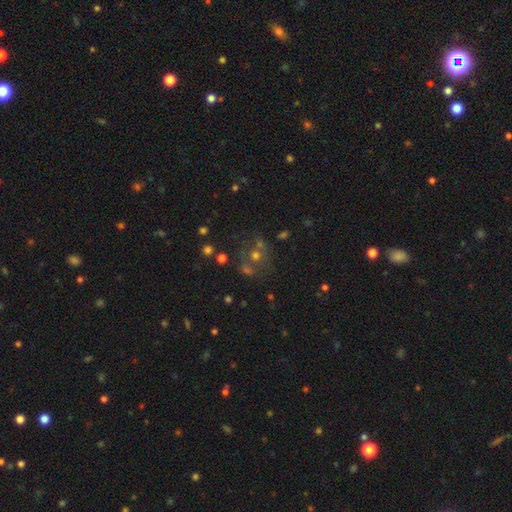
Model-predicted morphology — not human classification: This appears to be a smooth galaxy with no disk features (41%). Merging: none (53%).